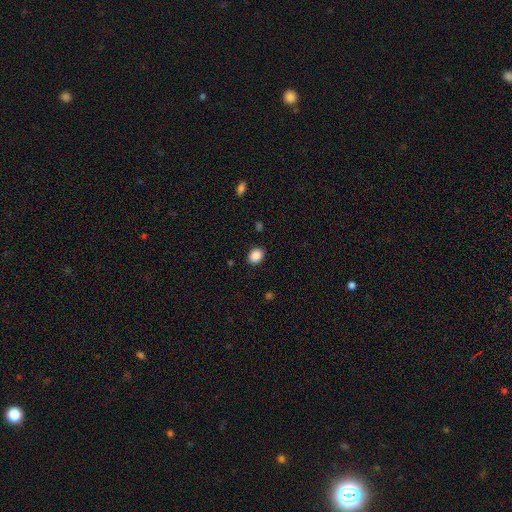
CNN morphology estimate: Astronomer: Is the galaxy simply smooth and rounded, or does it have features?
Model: smooth — 88%.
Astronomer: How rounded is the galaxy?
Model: in between — 59% (runner-up: round, 41%).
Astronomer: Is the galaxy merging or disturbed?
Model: none — 88%.